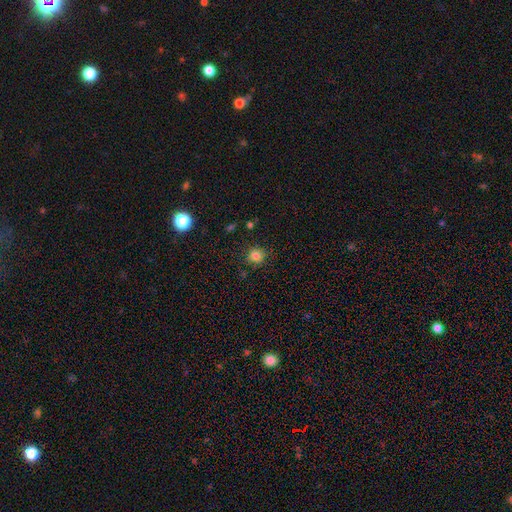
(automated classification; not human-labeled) A smooth galaxy with no disk features (82%) that is round (88%). Merging: none (86%).